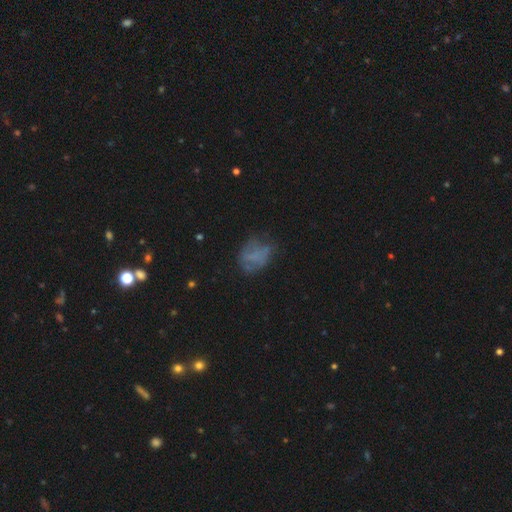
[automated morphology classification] Q: Smooth or featured?
A: smooth (47%); runner-up: featured or disk (37%)
Q: Merging?
A: none (51%); runner-up: minor disturbance (25%)